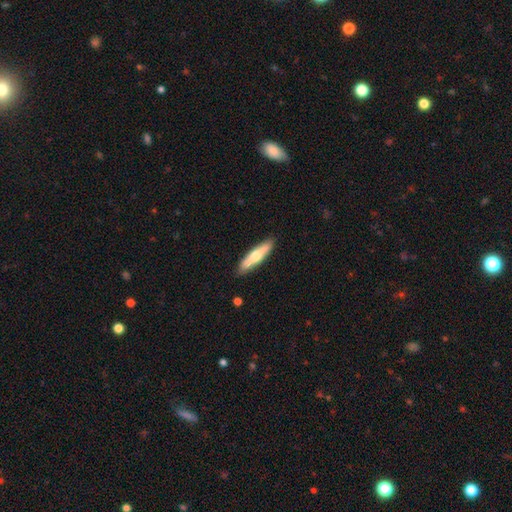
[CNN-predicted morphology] Smooth or featured: smooth — 59% (featured or disk — 36%)
How rounded: cigar-shaped — 76% (in between — 23%)
Merging: none — 88% (minor disturbance — 9%)